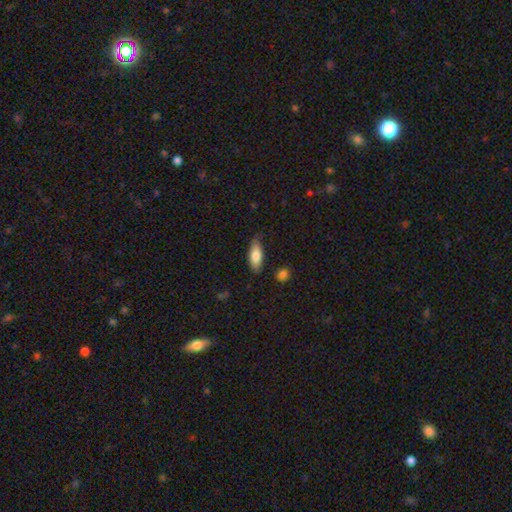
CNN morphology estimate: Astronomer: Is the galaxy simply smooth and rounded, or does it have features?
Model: smooth — 76%.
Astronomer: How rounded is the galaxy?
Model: in between — 74%.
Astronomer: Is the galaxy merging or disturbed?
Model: none — 75%.